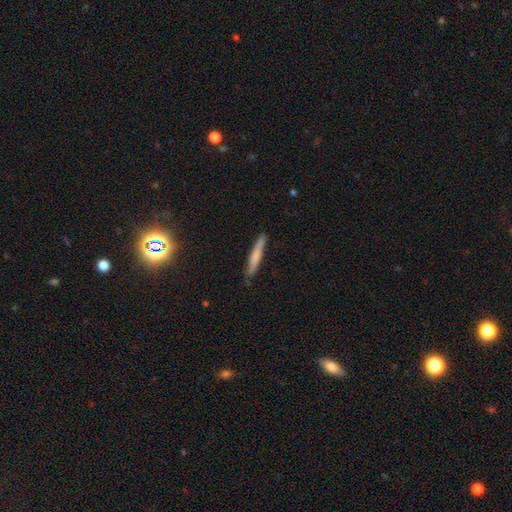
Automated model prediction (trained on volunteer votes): A smooth galaxy with no disk features (64%) that is cigar-shaped (94%). Merging: none (82%).